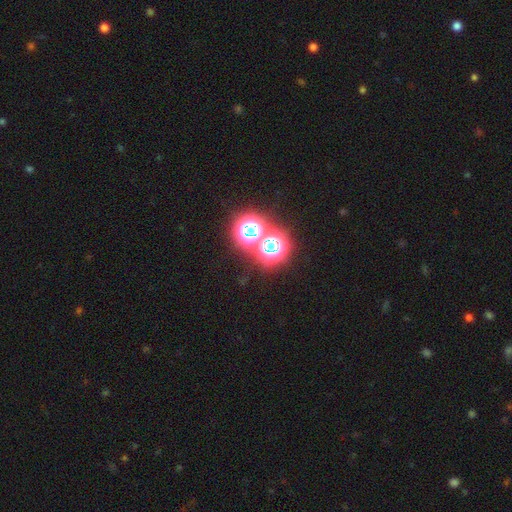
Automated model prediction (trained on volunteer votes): A star or artifact, not a galaxy (60%).

Vote fractions:
- Smooth or featured? star or artifact: 60% / smooth: 31% / featured or disk: 9%